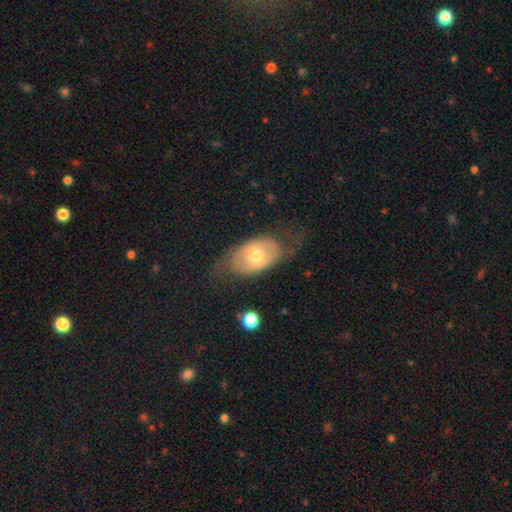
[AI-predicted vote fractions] This appears to be a featured or disk galaxy (54%). Merging: none (58%).